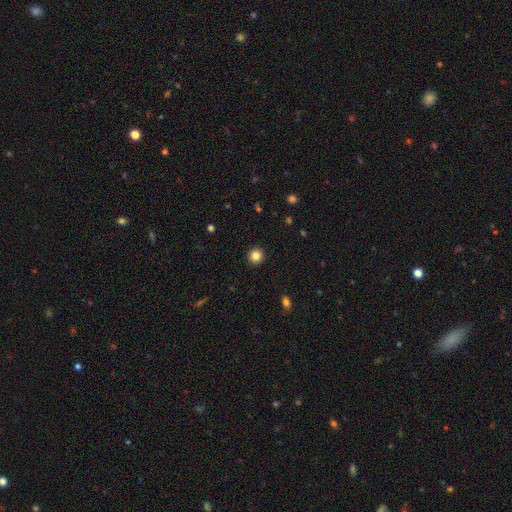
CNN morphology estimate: The model was most divided on "smooth or featured": smooth: 84%, star or artifact: 11%, featured or disk: 5%. More confident: how rounded — round (94%); merging — none (93%).